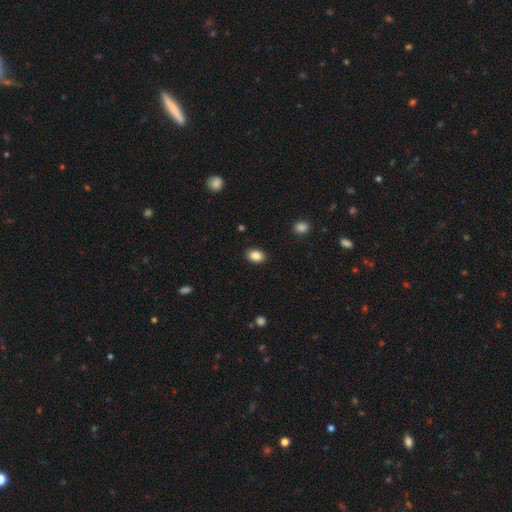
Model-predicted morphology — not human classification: A smooth galaxy with no disk features (87%) that is in between round and cigar-shaped (78%).

Vote fractions:
- Smooth or featured? smooth: 87% / star or artifact: 8% / featured or disk: 5%
- How rounded? in between: 78% / round: 21% / cigar-shaped: 1%
- Merging? none: 89% / minor disturbance: 8% / major disturbance: 2% / merger: 1%